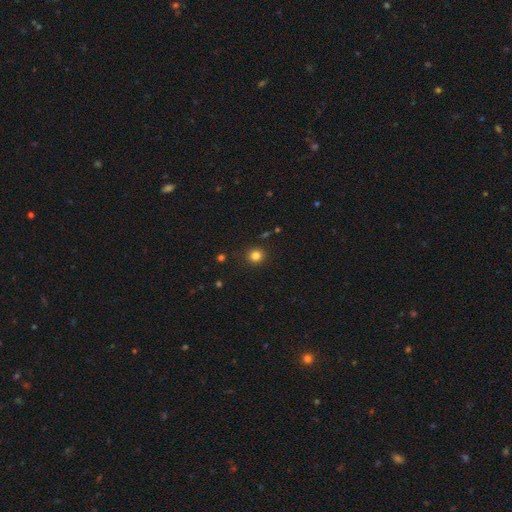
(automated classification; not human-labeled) This appears to be a smooth galaxy with no disk features (82%) that is round (90%). Merging: none (90%).